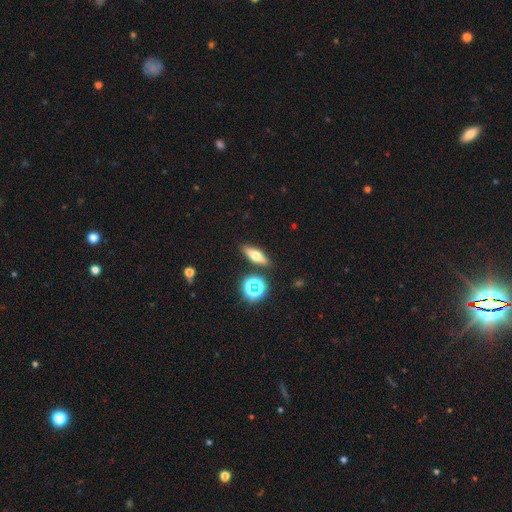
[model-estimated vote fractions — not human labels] This appears to be a smooth galaxy with no disk features (47%). Merging: none (85%).